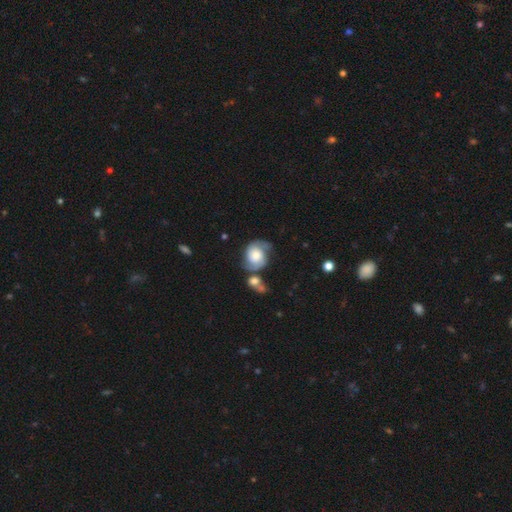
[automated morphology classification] The model was most divided on "spiral winding": medium: 43%, tight: 36%, loose: 21%. Remaining: edge-on disk — no (98%); spiral arms — yes (92%); spiral arm count — 2 (85%); bar — no (73%); smooth or featured — featured or disk (70%); bulge size — moderate (45%); merging — none (44%).